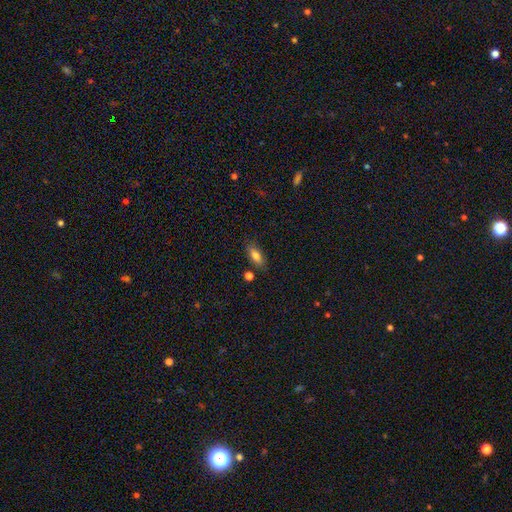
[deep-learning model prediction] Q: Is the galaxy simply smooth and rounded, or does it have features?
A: smooth — 80%.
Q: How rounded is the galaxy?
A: in between — 81%.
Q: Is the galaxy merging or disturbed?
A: none — 79%.